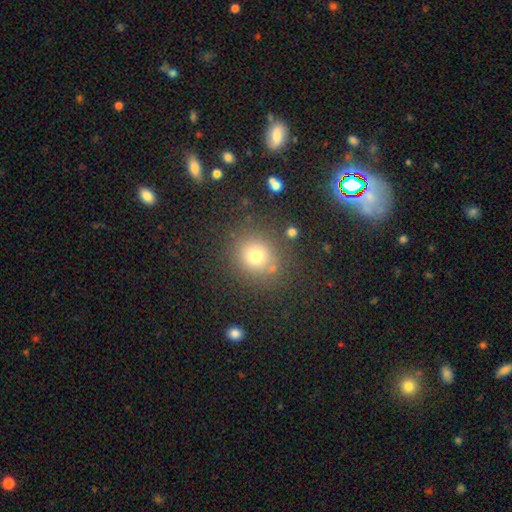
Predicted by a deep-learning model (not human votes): The model was most divided on "smooth or featured": smooth: 73%, star or artifact: 18%, featured or disk: 10%. More confident: how rounded — round (84%); merging — none (80%).